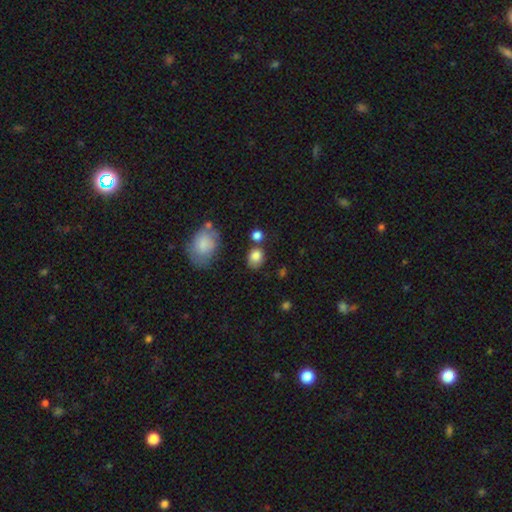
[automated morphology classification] Smooth or featured? Predicted: smooth (p=0.83). How rounded? Predicted: round (p=0.52). Merging? Predicted: none (p=0.66).